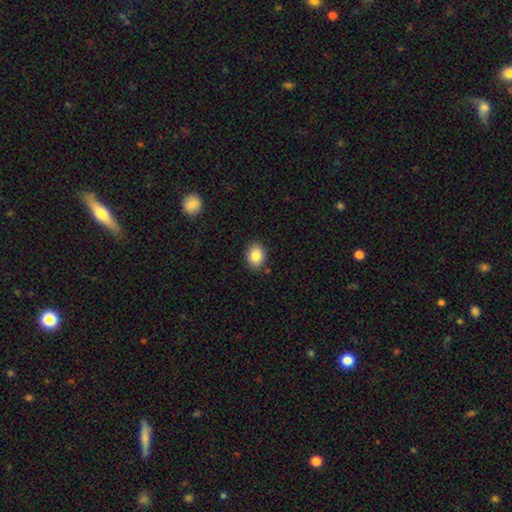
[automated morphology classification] Overall: smooth (85%). How rounded: in between (52%; round 48%). Merging: none (87%).